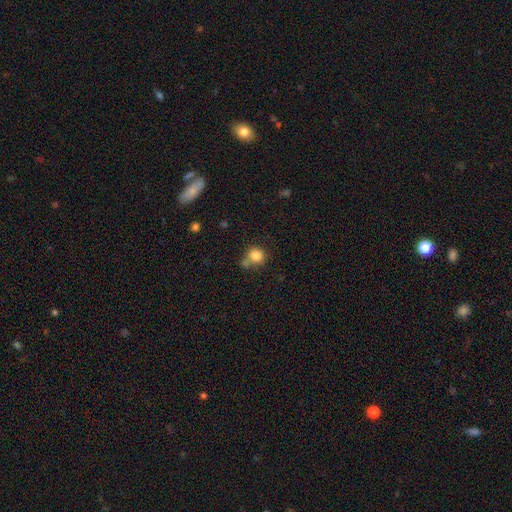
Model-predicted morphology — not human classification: smooth-or-featured: smooth: 83% | star or artifact: 10% | featured or disk: 6%
  how-rounded: round: 86% | in between: 13% | cigar-shaped: 1%
  merging: none: 59% | merger: 21% | minor disturbance: 15% | major disturbance: 5%